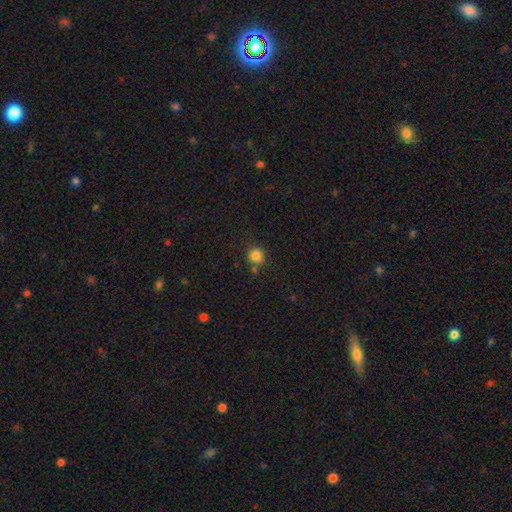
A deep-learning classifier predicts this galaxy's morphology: smooth 84%, star or artifact 12%, featured or disk 4%. Down the decision tree: how rounded — round (92%); merging — none (76%).